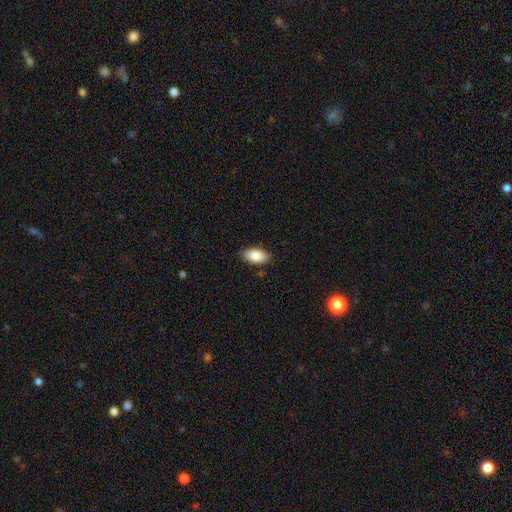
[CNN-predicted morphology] Smooth or featured? smooth (86%)
How rounded? in between (93%)
Merging? none (86%)